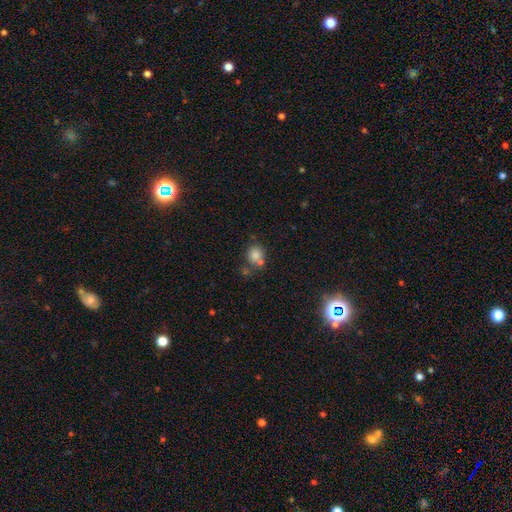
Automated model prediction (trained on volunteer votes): smooth 80%, star or artifact 11%, featured or disk 9%. Down the decision tree: how rounded — round (81%); merging — none (54%).